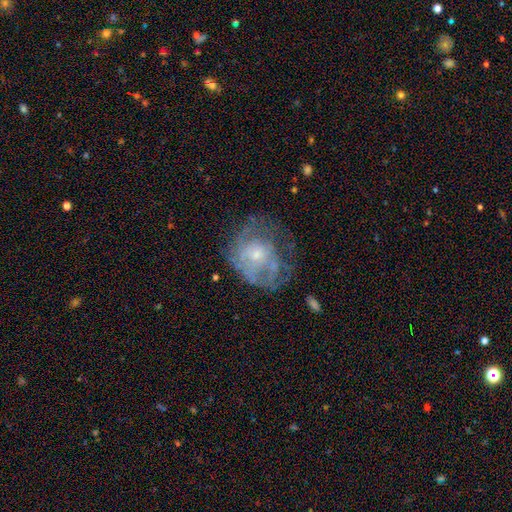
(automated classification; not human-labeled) This is likely a featured or disk galaxy (62%). It is clearly not viewed edge-on (97%). Bar: clearly no (81%). Spiral arm pattern: possibly no (53%). Central bulge: possibly small (57%). Merging: possibly none (47%).